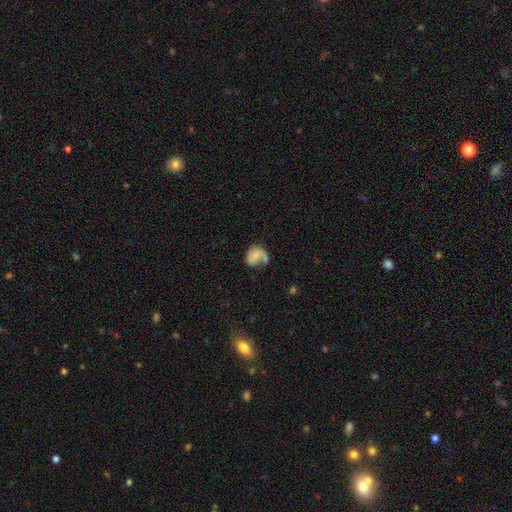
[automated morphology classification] Overall: smooth (53%; featured or disk 37%). How rounded: in between (54%; round 44%). Merging: none (35%; major disturbance 26%).